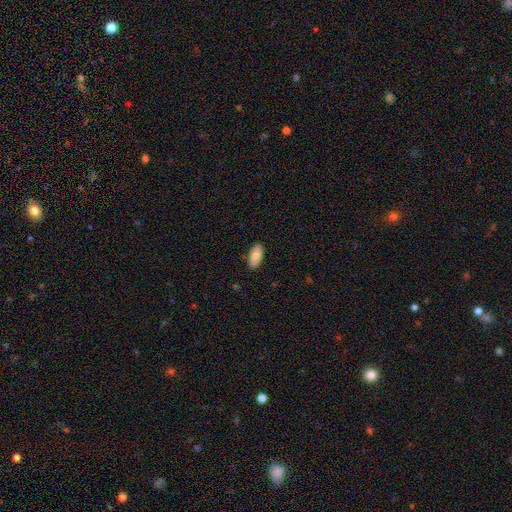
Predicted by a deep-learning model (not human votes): The model was most divided on "smooth or featured": smooth: 80%, featured or disk: 14%, star or artifact: 6%. More confident: how rounded — in between (94%); merging — none (87%).